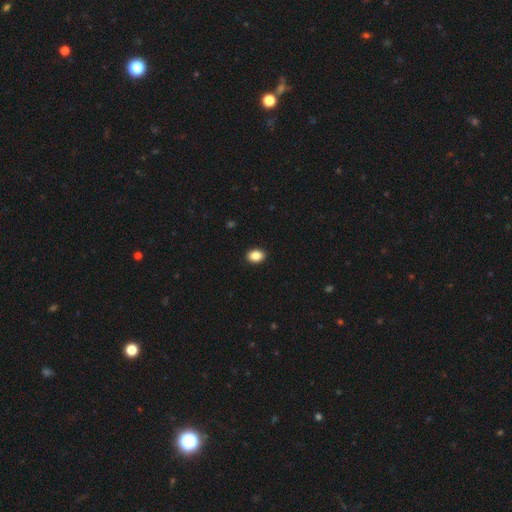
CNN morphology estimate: smooth 87%, star or artifact 9%, featured or disk 4%. Down the decision tree: how rounded — in between (70%); merging — none (92%).